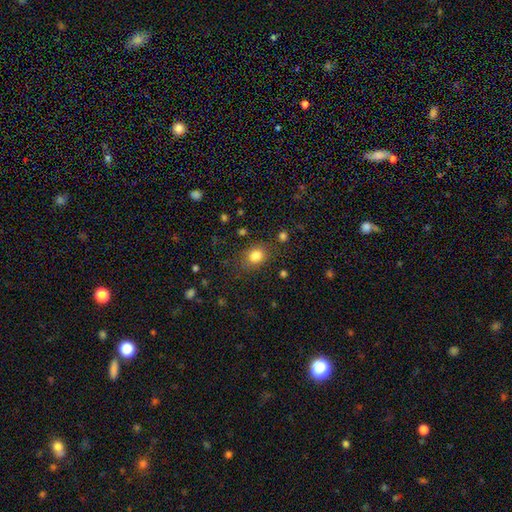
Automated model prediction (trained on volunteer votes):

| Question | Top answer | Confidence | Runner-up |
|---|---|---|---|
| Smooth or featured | smooth | 82% | star or artifact (12%) |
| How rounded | in between | 50% | round (49%) |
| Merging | none | 76% | minor disturbance (15%) |